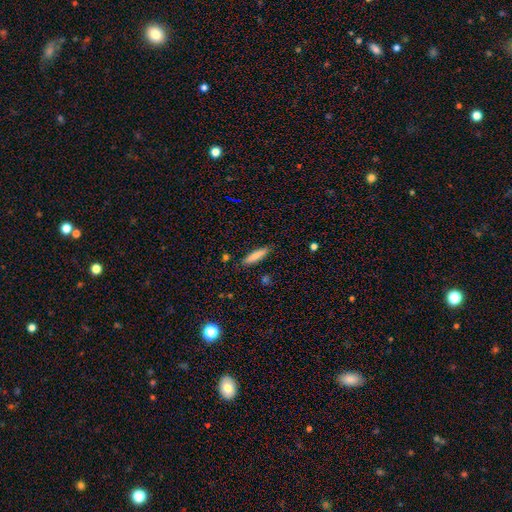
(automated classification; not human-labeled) A smooth galaxy with no disk features (80%) that is cigar-shaped (77%).

Vote fractions:
- Smooth or featured? smooth: 80% / featured or disk: 13% / star or artifact: 7%
- How rounded? cigar-shaped: 77% / in between: 22% / round: 2%
- Merging? none: 85% / minor disturbance: 11% / major disturbance: 2% / merger: 2%